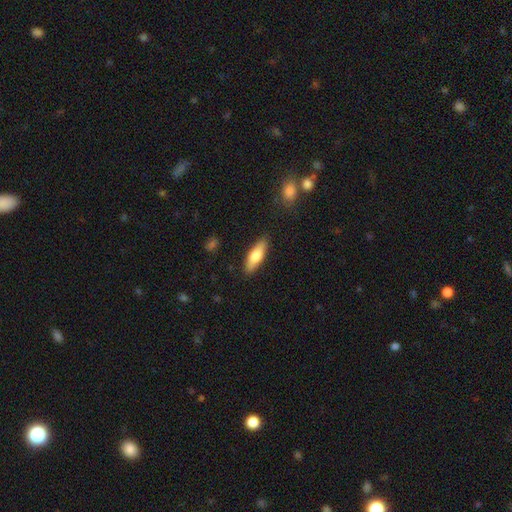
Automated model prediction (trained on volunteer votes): smooth 71%, featured or disk 23%, star or artifact 6%. Down the decision tree: how rounded — in between (50%); merging — none (86%).